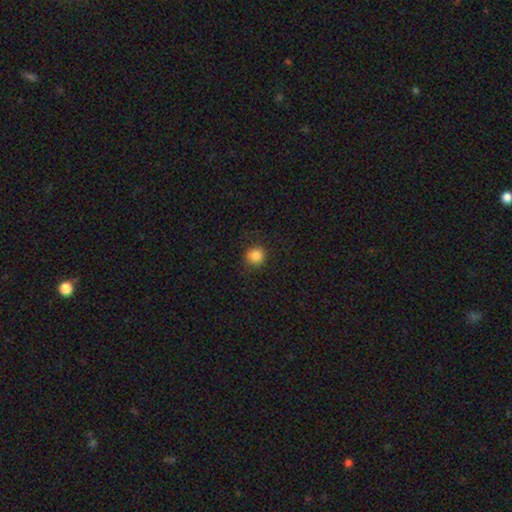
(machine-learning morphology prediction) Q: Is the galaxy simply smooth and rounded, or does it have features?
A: smooth — 86%.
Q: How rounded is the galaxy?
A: round — 90%.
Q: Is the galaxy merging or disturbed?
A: none — 86%.